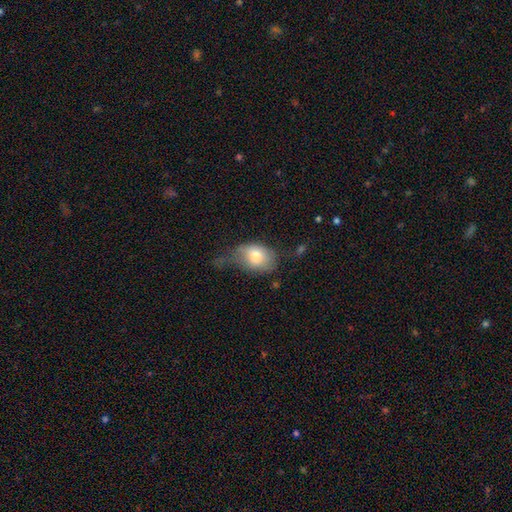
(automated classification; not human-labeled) The model was most divided on "merging": minor disturbance: 36%, none: 31%, major disturbance: 29%, merger: 4%. More confident: smooth or featured — smooth (74%); how rounded — in between (73%).